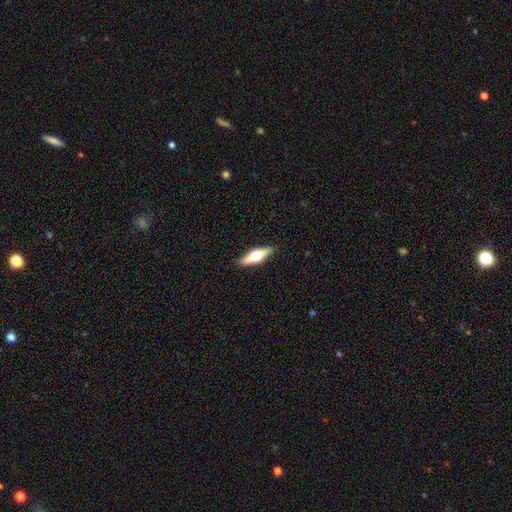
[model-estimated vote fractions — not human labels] The model was most divided on "smooth or featured": featured or disk: 51%, smooth: 43%, star or artifact: 6%. More confident: edge-on disk — yes (93%); merging — none (89%).